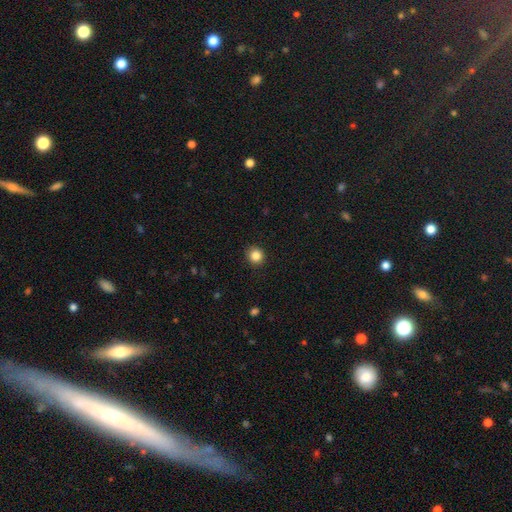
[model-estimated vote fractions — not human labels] Q: Smooth or featured?
A: smooth (85%); runner-up: star or artifact (11%)
Q: How rounded?
A: round (91%); runner-up: in between (8%)
Q: Merging?
A: none (91%); runner-up: minor disturbance (6%)